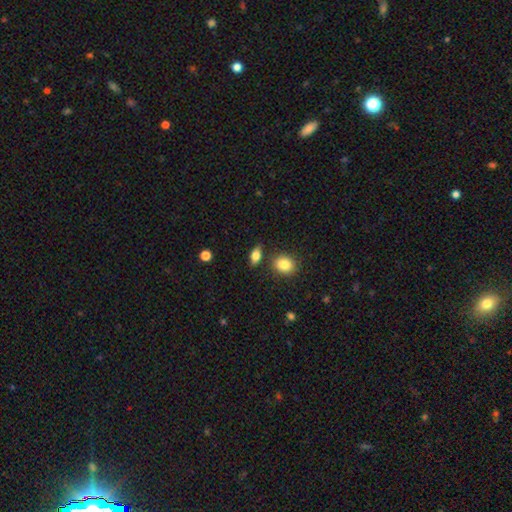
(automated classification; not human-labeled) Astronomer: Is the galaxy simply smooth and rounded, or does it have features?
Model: smooth — 75%.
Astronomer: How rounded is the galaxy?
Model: in between — 79%.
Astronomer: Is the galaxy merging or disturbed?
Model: none — 77%.